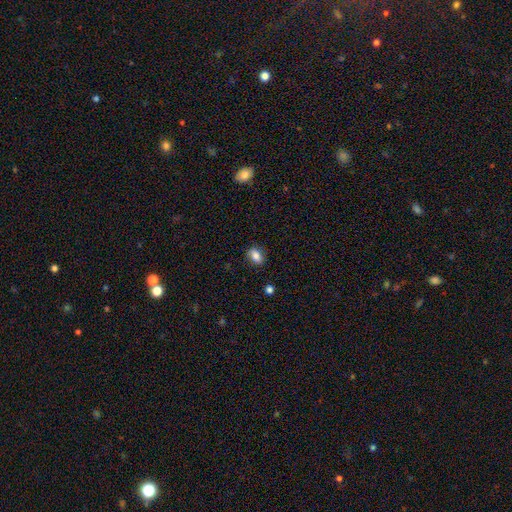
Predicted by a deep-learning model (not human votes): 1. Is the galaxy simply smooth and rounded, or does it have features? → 80% smooth, 11% featured or disk, 9% star or artifact.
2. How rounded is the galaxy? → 72% in between, 27% round, 2% cigar-shaped.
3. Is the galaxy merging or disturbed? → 81% none, 14% minor disturbance, 4% major disturbance, 1% merger.